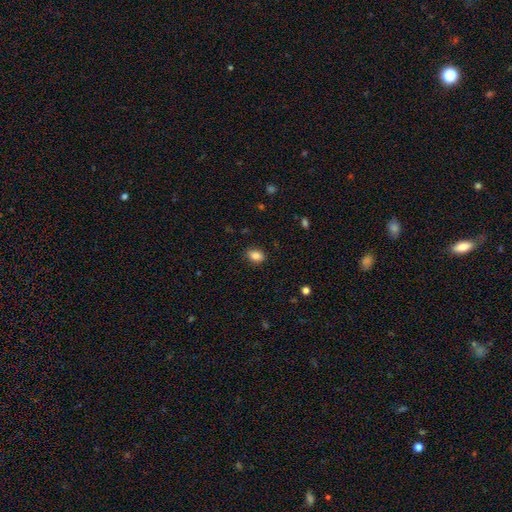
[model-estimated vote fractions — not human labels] This appears to be a smooth galaxy with no disk features (86%) that is in between round and cigar-shaped (75%). Merging: none (86%).